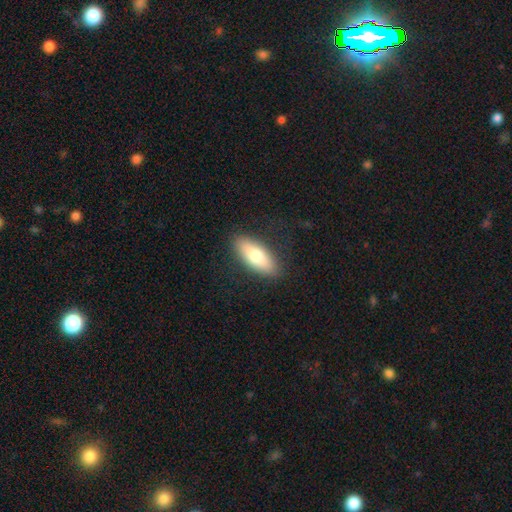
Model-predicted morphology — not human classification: A smooth galaxy with no disk features (73%) that is in between round and cigar-shaped (73%). Merging: none (86%).